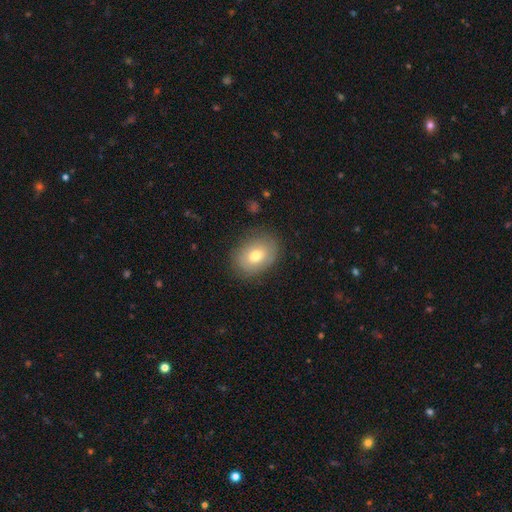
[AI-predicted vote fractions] Q: Smooth or featured?
A: smooth (72%); runner-up: featured or disk (20%)
Q: How rounded?
A: in between (70%); runner-up: round (29%)
Q: Merging?
A: none (80%); runner-up: minor disturbance (14%)